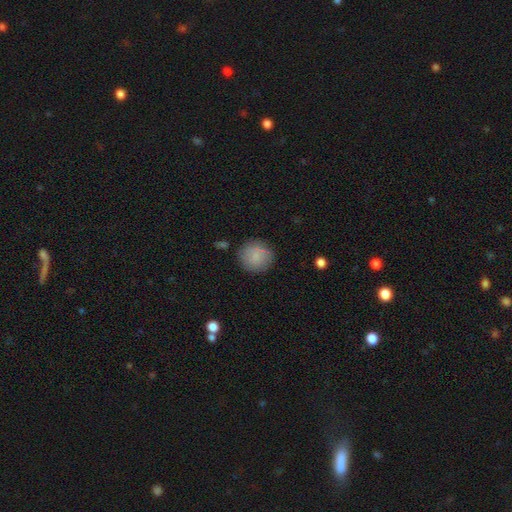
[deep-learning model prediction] smooth 83%, featured or disk 10%, star or artifact 7%. Down the decision tree: how rounded — round (91%); merging — none (83%).